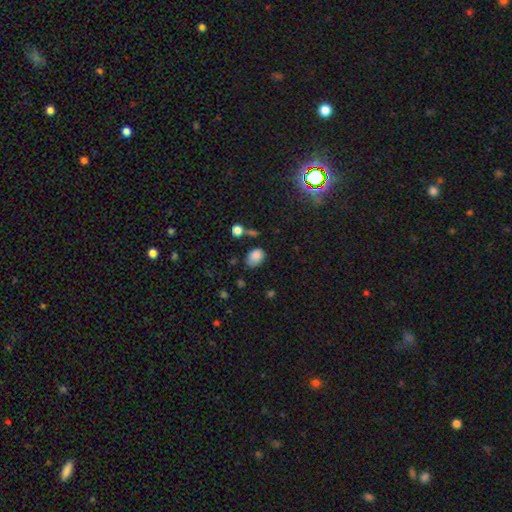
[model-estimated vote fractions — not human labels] Morphology: type=smooth (84%); roundness=in between (77%); merging=none (59%).